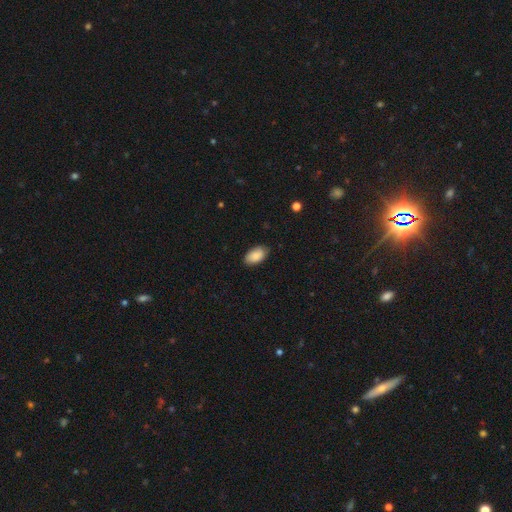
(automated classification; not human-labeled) A smooth galaxy with no disk features (89%) that is in between round and cigar-shaped (95%). Merging: none (86%).